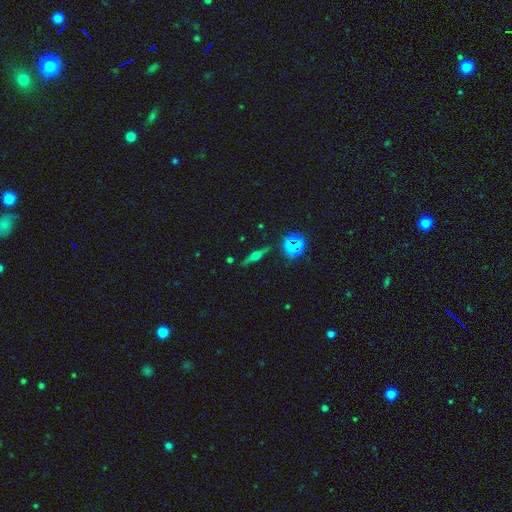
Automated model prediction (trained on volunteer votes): This is possibly a featured or disk galaxy (56%). It is clearly viewed edge-on (93%). Edge-on bulge: clearly rounded (90%). Merging: clearly none (85%).